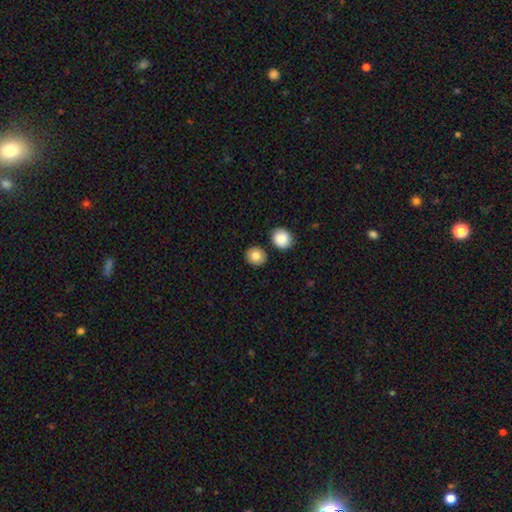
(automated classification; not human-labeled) A smooth galaxy with no disk features (85%) that is round (80%).

Vote fractions:
- Smooth or featured? smooth: 85% / star or artifact: 8% / featured or disk: 7%
- How rounded? round: 80% / in between: 19% / cigar-shaped: 1%
- Merging? none: 84% / minor disturbance: 8% / merger: 6% / major disturbance: 2%